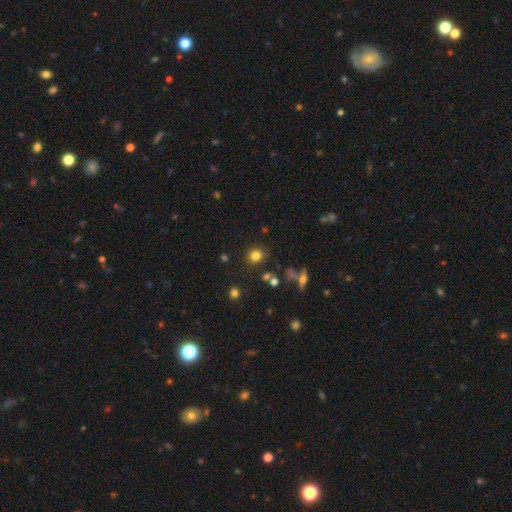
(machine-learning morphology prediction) smooth-or-featured: smooth: 79% | star or artifact: 14% | featured or disk: 7%
  how-rounded: round: 85% | in between: 14% | cigar-shaped: 1%
  merging: none: 86% | minor disturbance: 7% | merger: 4% | major disturbance: 3%